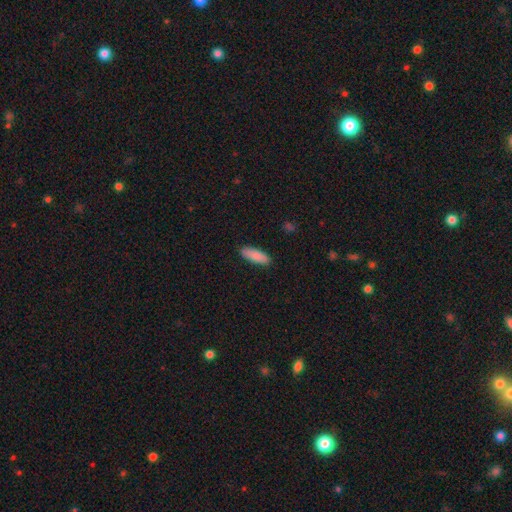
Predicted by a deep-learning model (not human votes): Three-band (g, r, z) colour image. It shows a smooth galaxy with no disk features (88%) that is in between round and cigar-shaped (57%). Merging: none (90%).